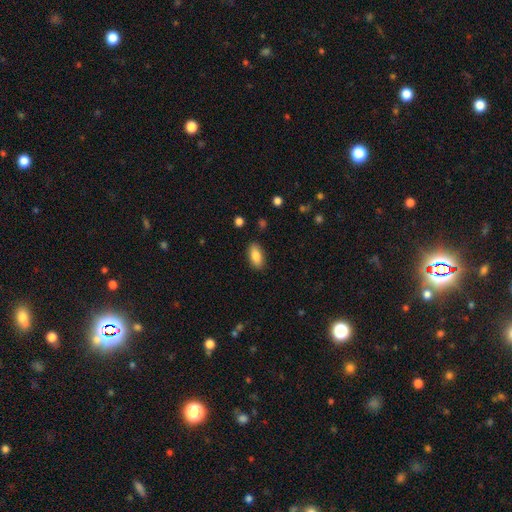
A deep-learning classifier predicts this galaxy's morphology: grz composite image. It shows a smooth galaxy with no disk features (84%) that is in between round and cigar-shaped (89%). Merging: none (88%).